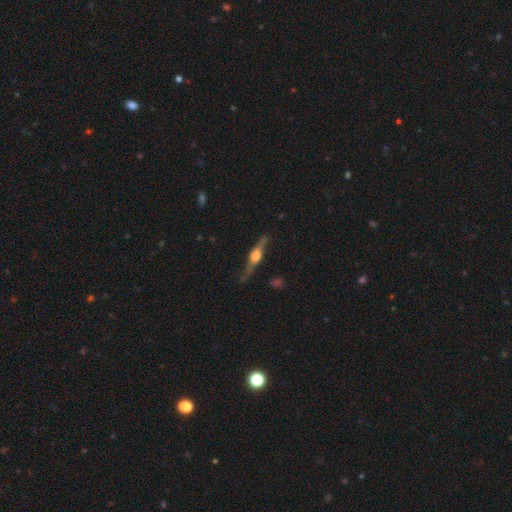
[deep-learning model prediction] featured or disk 77%, smooth 17%, star or artifact 6%. Down the decision tree: edge-on disk — yes (95%); edge-on bulge — rounded (91%); merging — none (77%).